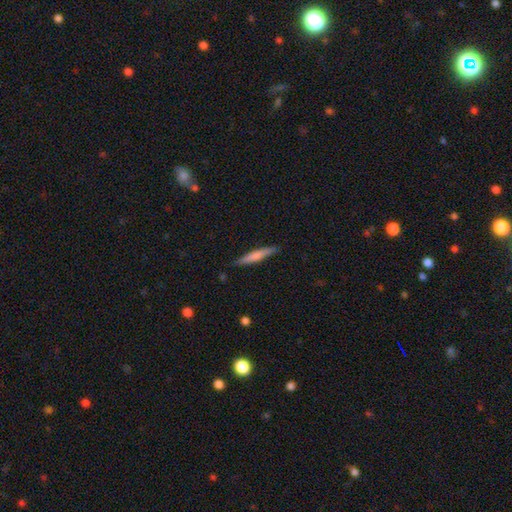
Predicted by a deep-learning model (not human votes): Smooth or featured? smooth (61%)
How rounded? cigar-shaped (93%)
Merging? none (88%)